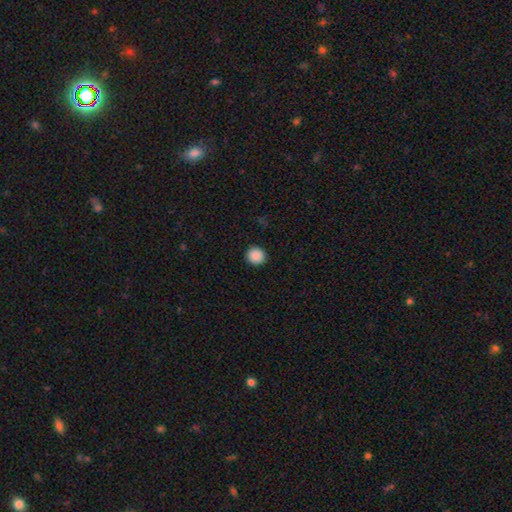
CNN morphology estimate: smooth-or-featured: smooth: 89% | star or artifact: 9% | featured or disk: 3%
  how-rounded: round: 92% | in between: 7% | cigar-shaped: 1%
  merging: none: 93% | minor disturbance: 5% | major disturbance: 2% | merger: 1%